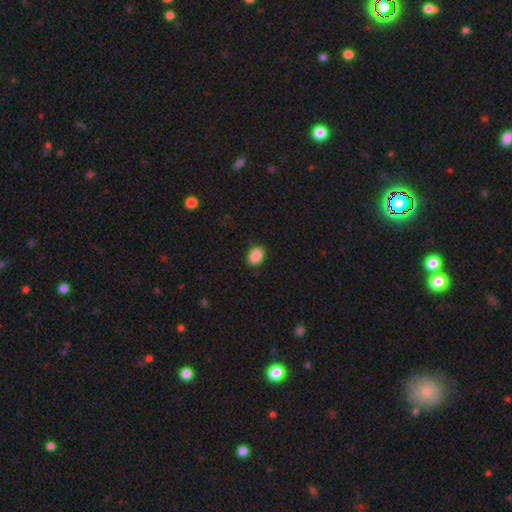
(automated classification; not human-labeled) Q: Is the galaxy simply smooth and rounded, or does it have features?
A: smooth — 90%.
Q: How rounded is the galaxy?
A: in between — 80%.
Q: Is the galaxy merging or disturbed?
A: none — 87%.